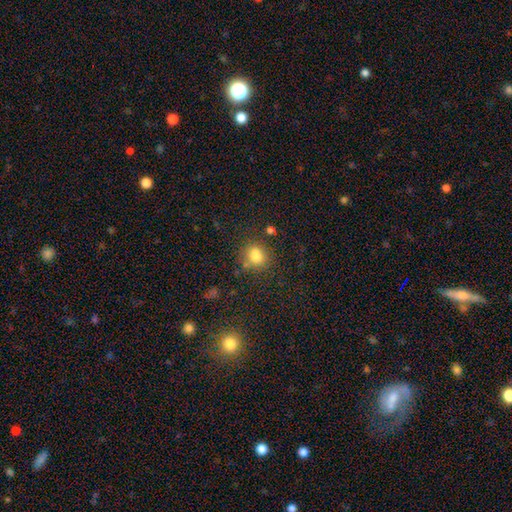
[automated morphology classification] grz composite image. It shows a smooth galaxy with no disk features (80%) that is round (52%). Merging: none (67%).